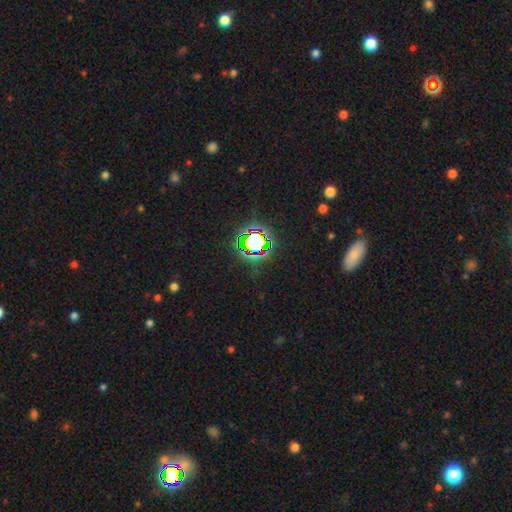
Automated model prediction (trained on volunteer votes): A star or artifact, not a galaxy (74%).